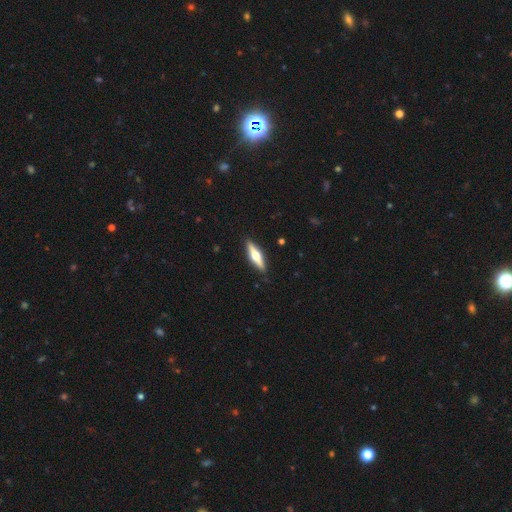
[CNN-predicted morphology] type=featured or disk (61%); edge-on=yes (95%); edge-on bulge=rounded (95%); merging=none (90%).